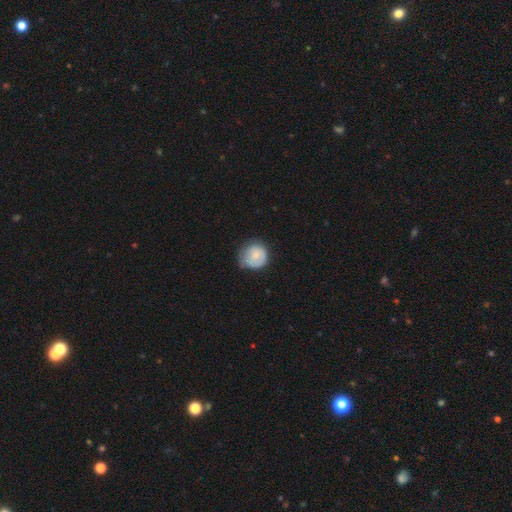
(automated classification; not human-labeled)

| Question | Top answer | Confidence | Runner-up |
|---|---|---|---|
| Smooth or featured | smooth | 70% | featured or disk (23%) |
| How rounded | round | 85% | in between (14%) |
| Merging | none | 53% | minor disturbance (35%) |